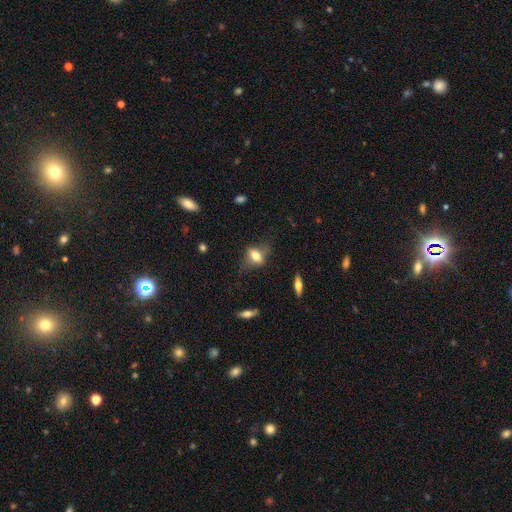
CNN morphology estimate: type=smooth (62%); roundness=in between (74%); merging=none (61%).